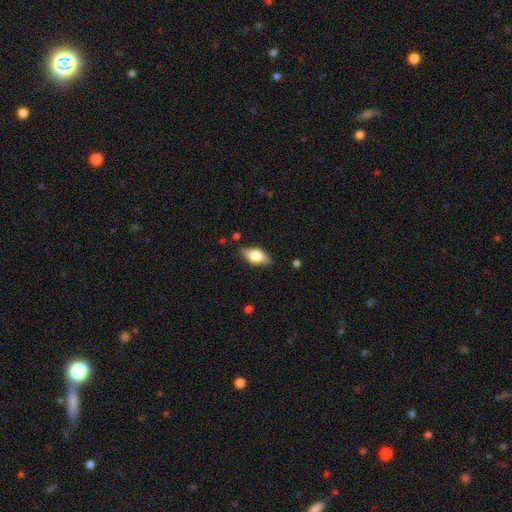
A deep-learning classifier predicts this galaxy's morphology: This appears to be a smooth galaxy with no disk features (61%) that is in between round and cigar-shaped (82%). Merging: none (84%).